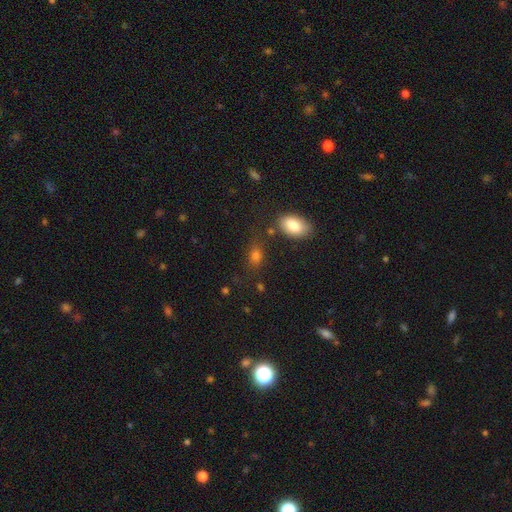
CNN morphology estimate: smooth-or-featured: smooth: 77% | star or artifact: 14% | featured or disk: 8%
  how-rounded: in between: 77% | round: 18% | cigar-shaped: 4%
  merging: none: 65% | minor disturbance: 18% | merger: 10% | major disturbance: 8%